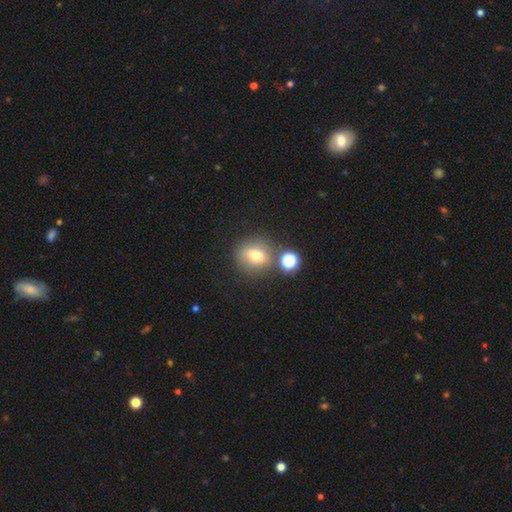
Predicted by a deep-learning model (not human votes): This appears to be a smooth galaxy with no disk features (70%) that is round (74%). Merging: none (70%).